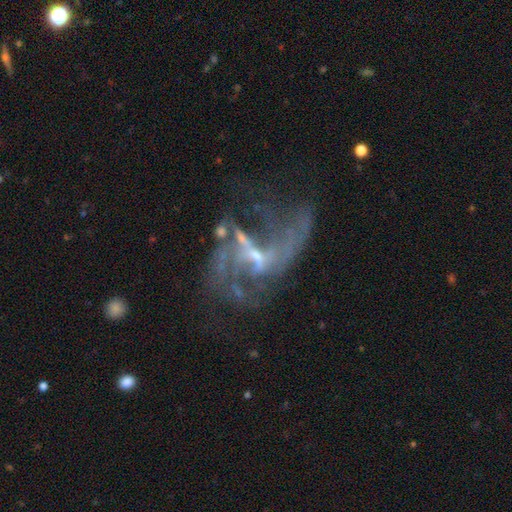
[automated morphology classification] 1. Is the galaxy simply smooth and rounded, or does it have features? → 81% featured or disk, 12% star or artifact, 7% smooth.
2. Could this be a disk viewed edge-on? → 96% no, 4% yes.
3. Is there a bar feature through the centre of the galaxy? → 44% weak, 33% no, 23% strong.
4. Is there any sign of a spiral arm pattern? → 78% yes, 22% no.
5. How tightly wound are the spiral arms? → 72% loose, 22% medium, 6% tight.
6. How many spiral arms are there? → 51% 2, 17% can't tell, 12% 3, 11% 1, 5% 4, 5% more than 4.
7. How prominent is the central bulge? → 56% small, 22% moderate, 19% none, 2% large, 1% dominant.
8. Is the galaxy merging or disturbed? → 40% major disturbance, 33% none, 15% minor disturbance, 13% merger.